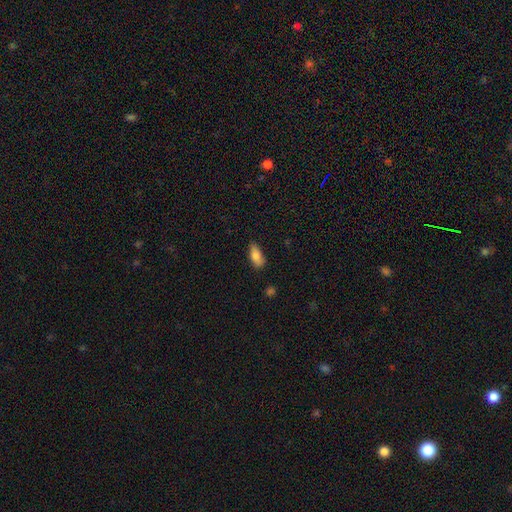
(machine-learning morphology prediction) This is clearly a smooth galaxy (82%). How rounded: clearly in between (82%). Merging: likely none (66%).